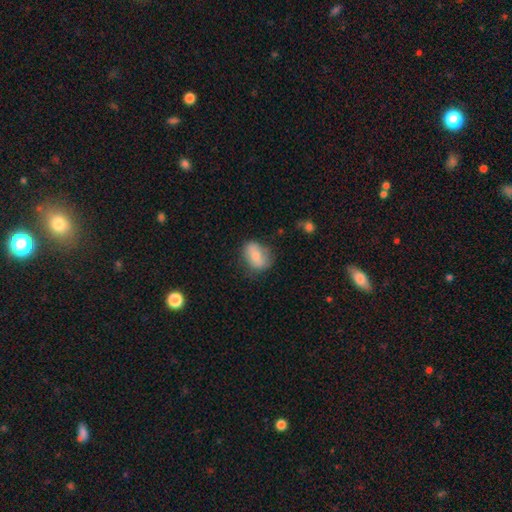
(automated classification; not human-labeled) Smooth or featured?
  - smooth: 72% *
  - featured or disk: 20%
  - star or artifact: 8%
How rounded?
  - in between: 74% *
  - round: 24%
  - cigar-shaped: 2%
Merging?
  - none: 65% *
  - minor disturbance: 25%
  - major disturbance: 8%
  - merger: 2%